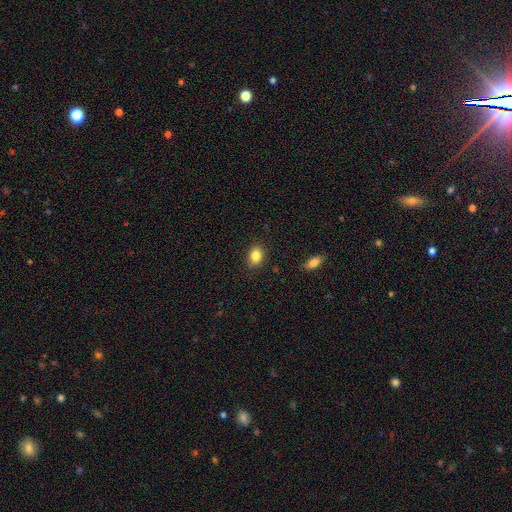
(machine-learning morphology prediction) Q: Smooth or featured?
A: smooth (85%); runner-up: star or artifact (9%)
Q: How rounded?
A: in between (69%); runner-up: round (30%)
Q: Merging?
A: none (86%); runner-up: minor disturbance (11%)